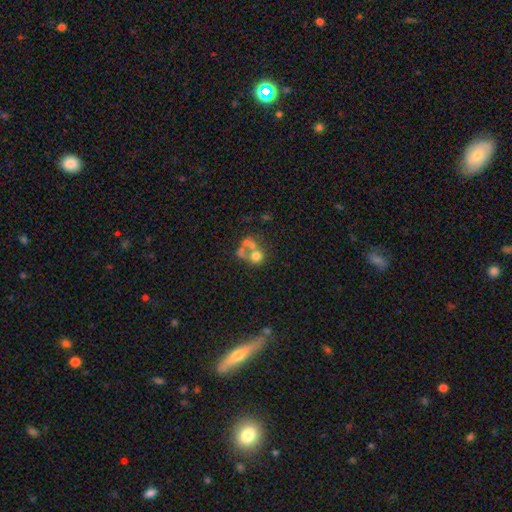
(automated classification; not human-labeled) This appears to be a smooth galaxy with no disk features (52%) that is round (76%). Merging: merger (52%).